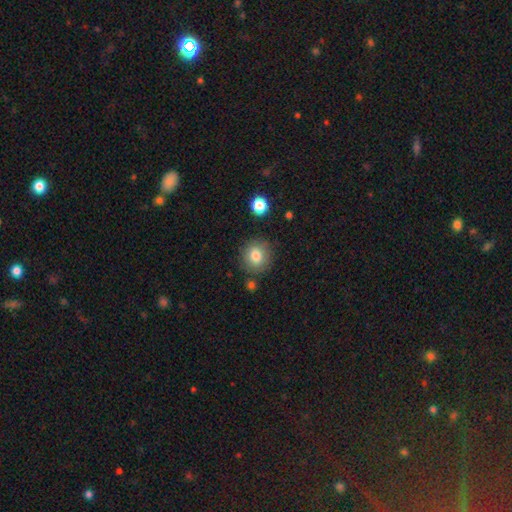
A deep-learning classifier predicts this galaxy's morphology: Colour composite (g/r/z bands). It shows a smooth galaxy with no disk features (81%) that is round (86%). Merging: none (83%).